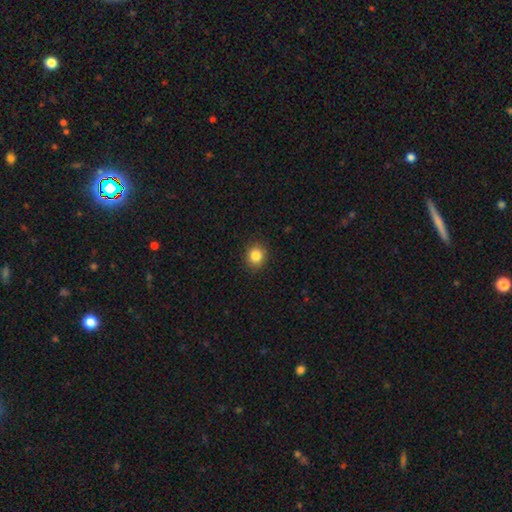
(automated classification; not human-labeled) A smooth galaxy with no disk features (84%) that is round (81%). Merging: none (90%).